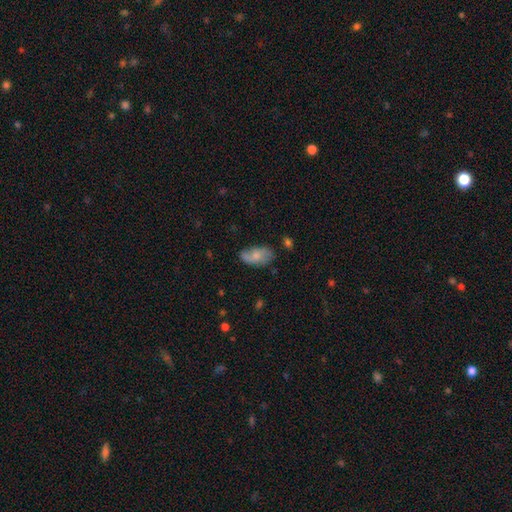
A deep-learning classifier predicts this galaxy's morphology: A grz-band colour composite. It shows a smooth galaxy with no disk features (65%) that is in between round and cigar-shaped (92%). Merging: none (61%).